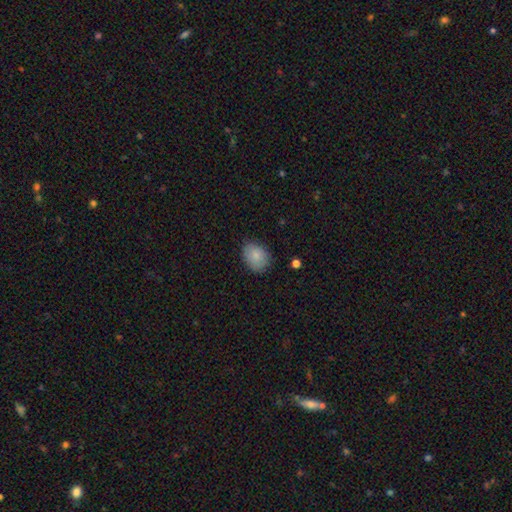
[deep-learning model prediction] A smooth galaxy with no disk features (84%) that is in between round and cigar-shaped (63%). Merging: none (81%).